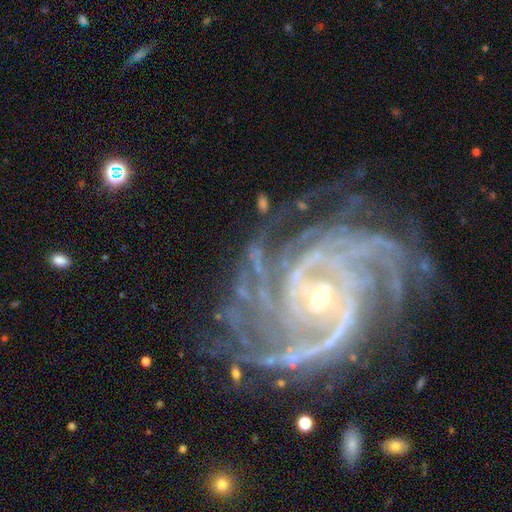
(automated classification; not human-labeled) Overall: featured or disk (88%). Edge-on disk: no (97%). Bar: no (39%; weak 32%). Spiral arms: yes (98%). Spiral arm count: more than 4 (22%; 4 19%). Spiral winding: tight (72%). Bulge size: small (71%). Merging: none (68%).